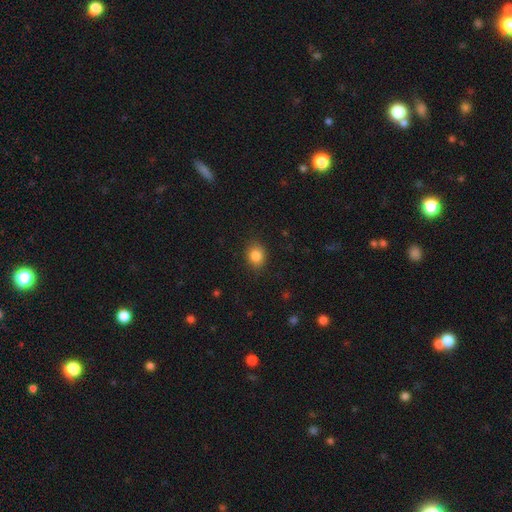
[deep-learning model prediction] Q: Smooth or featured?
A: smooth (84%); runner-up: star or artifact (10%)
Q: How rounded?
A: round (51%); runner-up: in between (48%)
Q: Merging?
A: none (86%); runner-up: minor disturbance (10%)